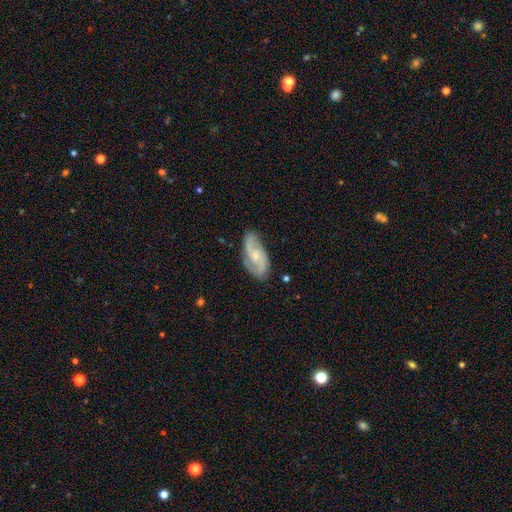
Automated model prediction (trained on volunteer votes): Smooth or featured?
  - featured or disk: 79% *
  - smooth: 16%
  - star or artifact: 6%
Edge-on disk?
  - no: 95% *
  - yes: 5%
Bar?
  - no: 55% *
  - weak: 38%
  - strong: 6%
Spiral arms?
  - yes: 96% *
  - no: 4%
Spiral winding?
  - medium: 51% *
  - tight: 30%
  - loose: 19%
Spiral arm count?
  - 2: 76% *
  - 3: 10%
  - can't tell: 8%
  - 1: 2%
  - 4: 2%
  - more than 4: 2%
Bulge size?
  - small: 49% *
  - moderate: 38%
  - none: 10%
  - large: 3%
  - dominant: 1%
Merging?
  - none: 76% *
  - minor disturbance: 18%
  - major disturbance: 5%
  - merger: 1%